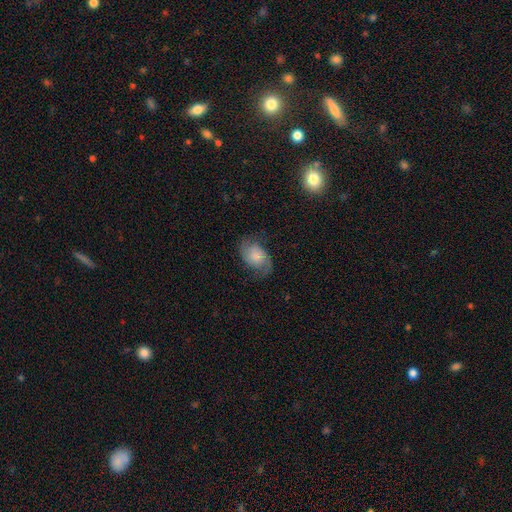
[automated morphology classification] type=featured or disk (54%); edge-on=no (97%); bar=no (71%); spiral arms=yes (91%); bulge=moderate (29%); merging=none (67%).